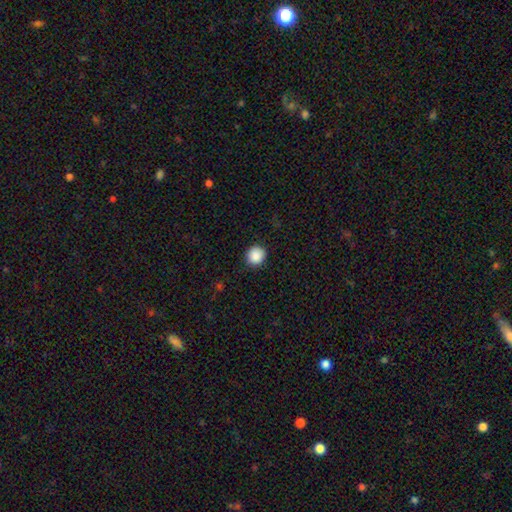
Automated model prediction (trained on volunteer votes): smooth_or_featured: smooth (p=0.89) [alt: star or artifact p=0.09]
how_rounded: round (p=0.92) [alt: in between p=0.07]
merging: none (p=0.90) [alt: minor disturbance p=0.07]